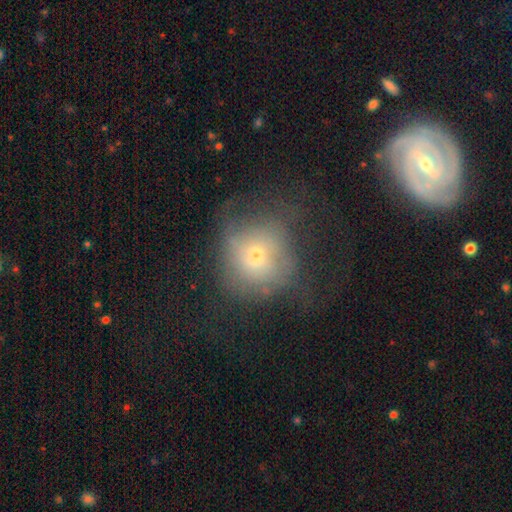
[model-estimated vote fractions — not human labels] Smooth or featured?
  - smooth: 56% *
  - featured or disk: 28%
  - star or artifact: 15%
How rounded?
  - round: 86% *
  - in between: 13%
  - cigar-shaped: 1%
Merging?
  - none: 44% *
  - major disturbance: 32%
  - minor disturbance: 22%
  - merger: 2%